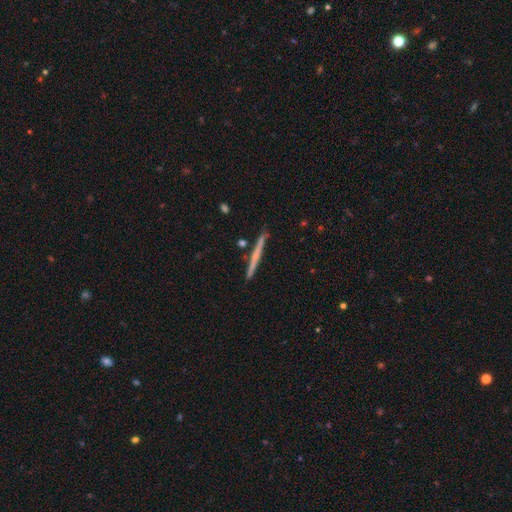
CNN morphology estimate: Smooth or featured?
  - featured or disk: 51% *
  - smooth: 44%
  - star or artifact: 6%
Edge-on disk?
  - yes: 98% *
  - no: 2%
Merging?
  - none: 90% *
  - minor disturbance: 7%
  - merger: 2%
  - major disturbance: 1%